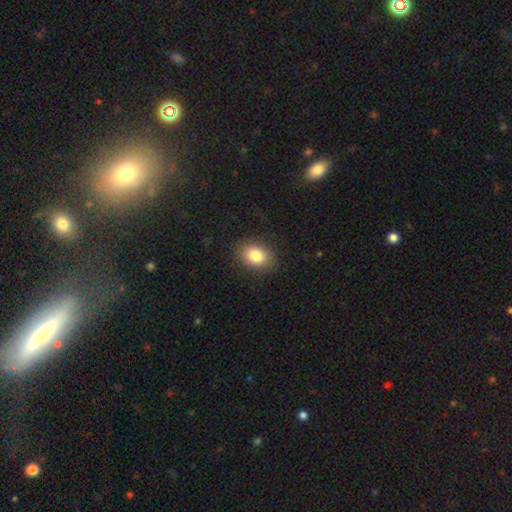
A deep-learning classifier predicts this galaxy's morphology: Smooth or featured? Predicted: smooth (p=0.83). How rounded? Predicted: in between (p=0.66). Merging? Predicted: none (p=0.87).